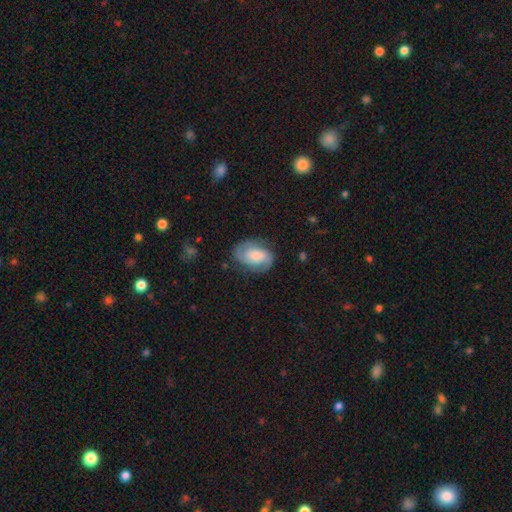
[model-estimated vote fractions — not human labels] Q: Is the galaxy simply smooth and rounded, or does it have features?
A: featured or disk — 69%.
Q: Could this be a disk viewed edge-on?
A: no — 97%.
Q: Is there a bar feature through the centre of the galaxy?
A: no — 54%.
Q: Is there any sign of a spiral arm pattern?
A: yes — 93%.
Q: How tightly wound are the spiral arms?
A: medium — 44%.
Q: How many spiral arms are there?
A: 2 — 85%.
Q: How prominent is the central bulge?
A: small — 41%.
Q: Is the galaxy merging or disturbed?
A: none — 74%.